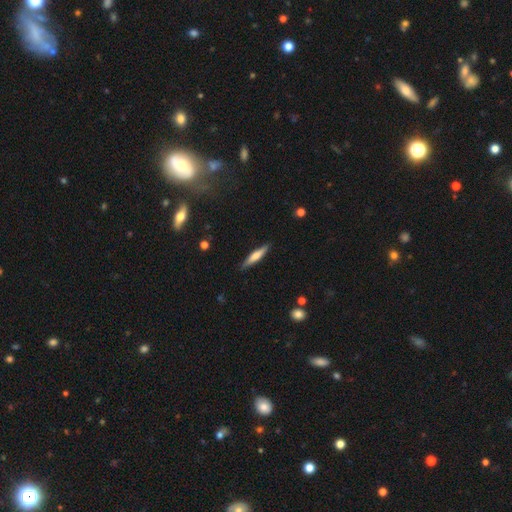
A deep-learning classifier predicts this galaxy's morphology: This is possibly a smooth galaxy (53%). How rounded: clearly cigar-shaped (87%). Merging: clearly none (87%).